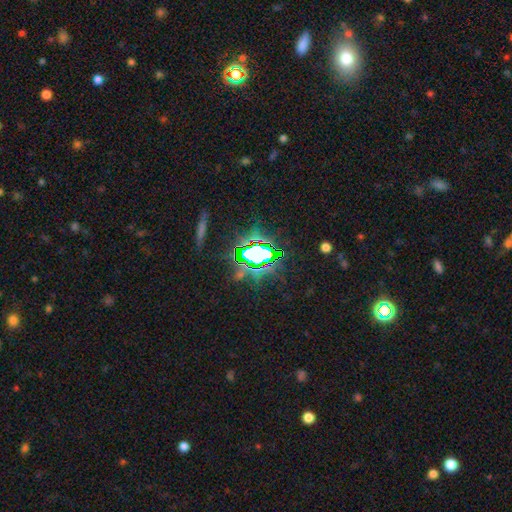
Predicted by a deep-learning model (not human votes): A star or artifact, not a galaxy (72%).